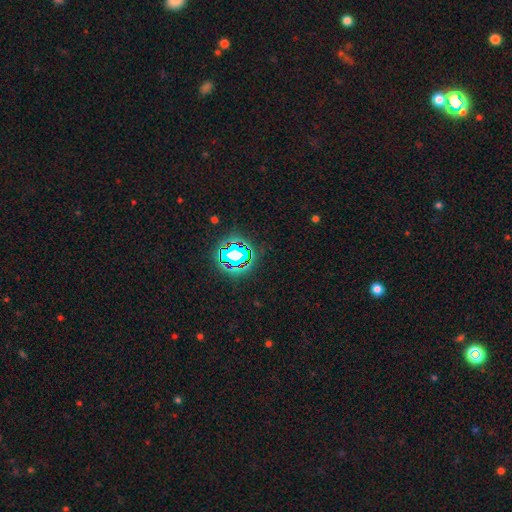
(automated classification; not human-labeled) A star or artifact, not a galaxy (80%).